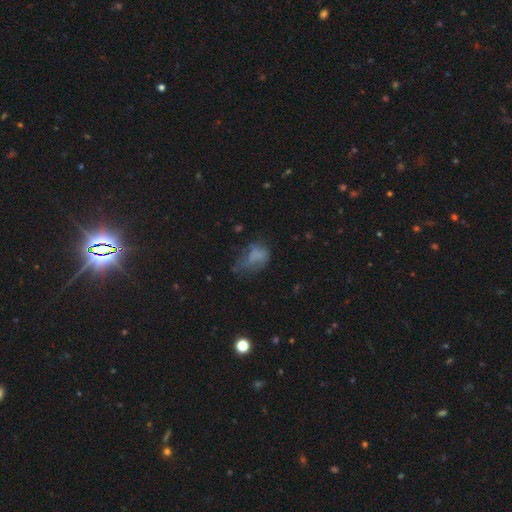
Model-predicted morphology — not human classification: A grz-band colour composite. It shows a smooth galaxy with no disk features (62%) that is in between round and cigar-shaped (76%). Merging: major disturbance (35%).